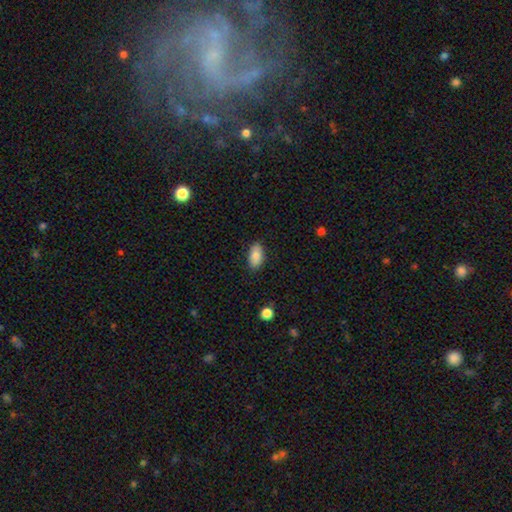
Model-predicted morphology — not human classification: Q: Smooth or featured?
A: smooth (82%); runner-up: featured or disk (11%)
Q: How rounded?
A: in between (93%); runner-up: round (5%)
Q: Merging?
A: none (85%); runner-up: minor disturbance (12%)